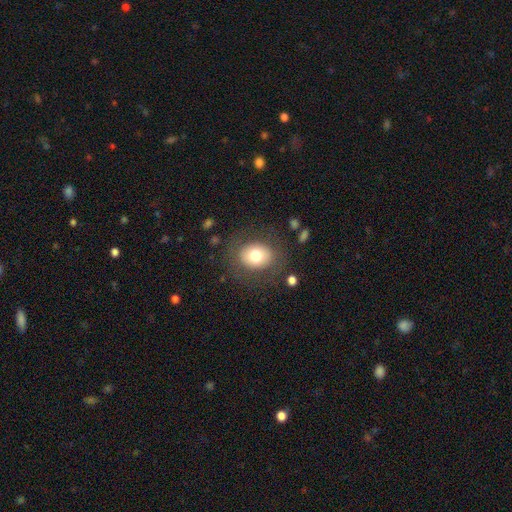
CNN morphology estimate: Smooth or featured? smooth (73%)
How rounded? round (59%)
Merging? none (79%)